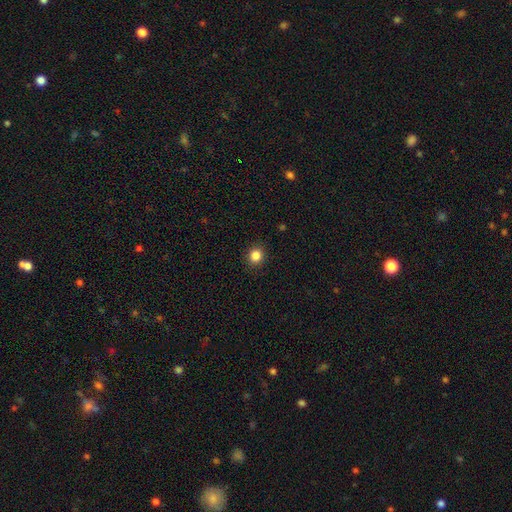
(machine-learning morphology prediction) This is clearly a smooth galaxy (85%). How rounded: clearly round (82%). Merging: clearly none (91%).